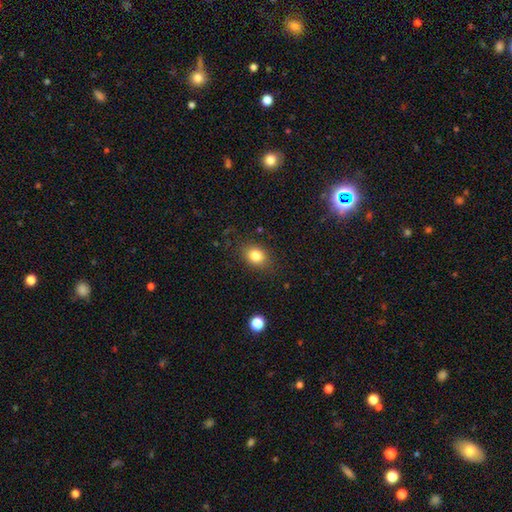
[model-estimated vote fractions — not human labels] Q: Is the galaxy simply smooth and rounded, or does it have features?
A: smooth — 82%.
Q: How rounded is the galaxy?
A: in between — 53%.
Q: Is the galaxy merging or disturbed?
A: none — 83%.